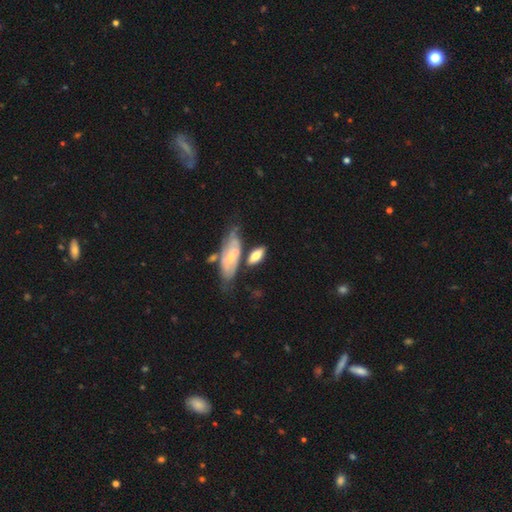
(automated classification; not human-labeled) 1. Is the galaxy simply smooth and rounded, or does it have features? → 62% smooth, 32% featured or disk, 6% star or artifact.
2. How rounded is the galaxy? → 78% in between, 19% cigar-shaped, 4% round.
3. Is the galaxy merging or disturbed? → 49% none, 25% merger, 19% minor disturbance, 7% major disturbance.